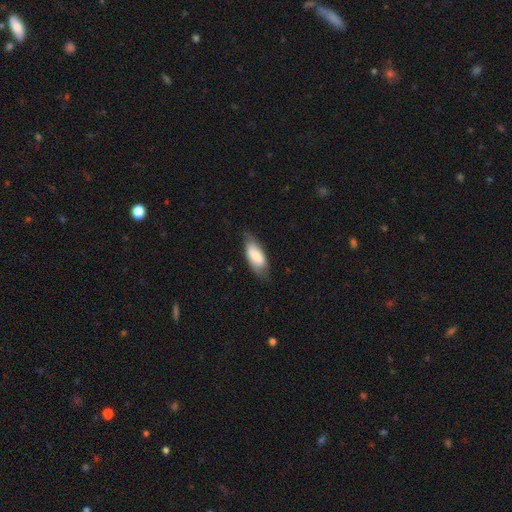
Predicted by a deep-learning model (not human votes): smooth-or-featured: smooth: 73% | featured or disk: 20% | star or artifact: 6%
  how-rounded: in between: 82% | cigar-shaped: 16% | round: 2%
  merging: none: 68% | minor disturbance: 24% | major disturbance: 7% | merger: 1%